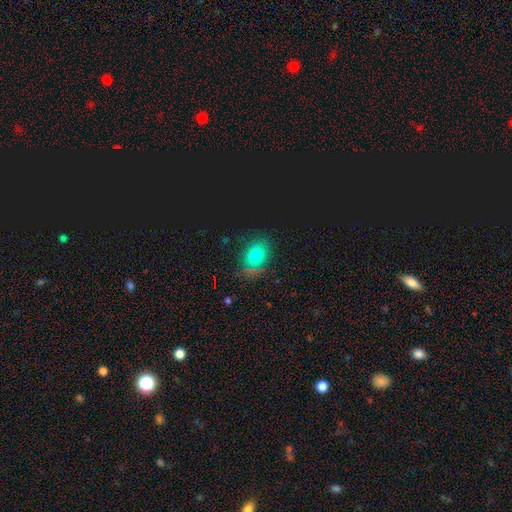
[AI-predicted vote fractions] Smooth or featured? Predicted: smooth (p=0.71). How rounded? Predicted: in between (p=0.62). Merging? Predicted: none (p=0.80).